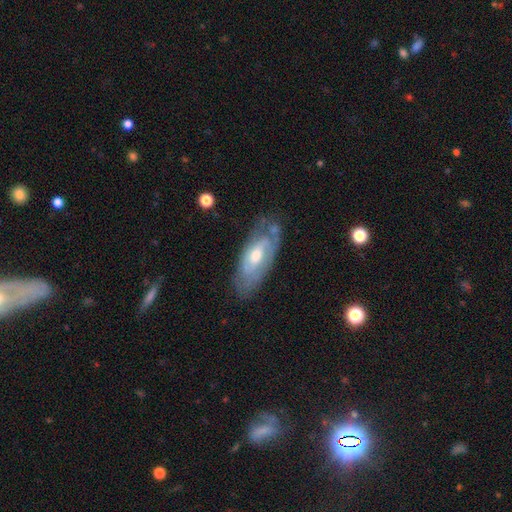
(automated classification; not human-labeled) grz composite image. It shows a featured or disk galaxy (67%) with no bar (53%), spiral arms (66%) and a moderate central bulge (66%). Merging: none (67%).